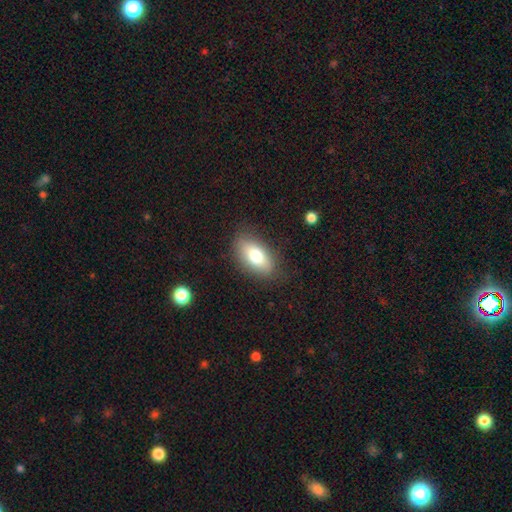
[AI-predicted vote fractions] Smooth or featured: smooth — 74% (featured or disk — 18%)
How rounded: in between — 88% (round — 6%)
Merging: none — 82% (minor disturbance — 12%)